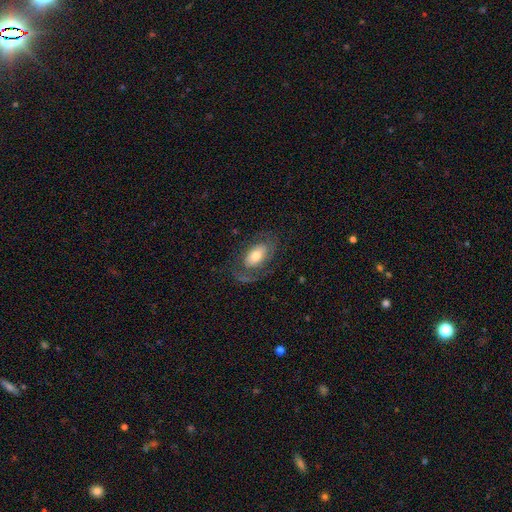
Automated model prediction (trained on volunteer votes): Smooth or featured? Predicted: featured or disk (p=0.49). Merging? Predicted: none (p=0.62).